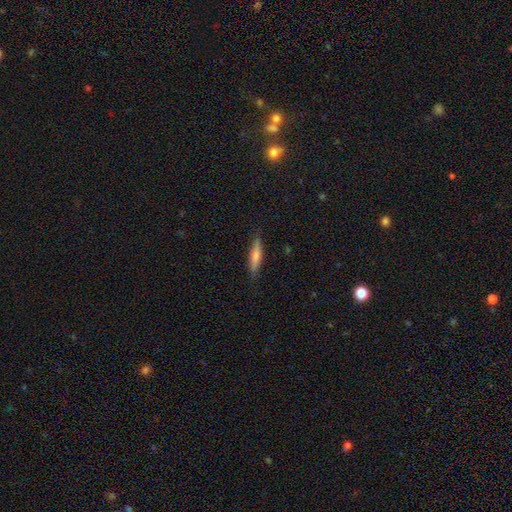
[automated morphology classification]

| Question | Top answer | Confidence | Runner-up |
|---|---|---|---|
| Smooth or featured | smooth | 66% | featured or disk (28%) |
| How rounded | cigar-shaped | 81% | in between (18%) |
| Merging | none | 87% | minor disturbance (10%) |